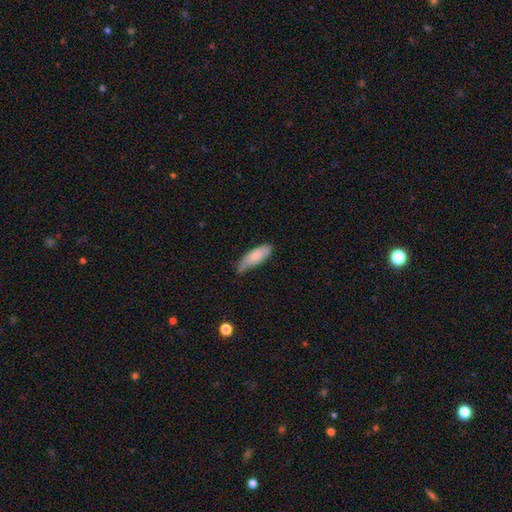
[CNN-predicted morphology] Smooth or featured? Predicted: smooth (p=0.80). How rounded? Predicted: in between (p=0.67). Merging? Predicted: none (p=0.47).